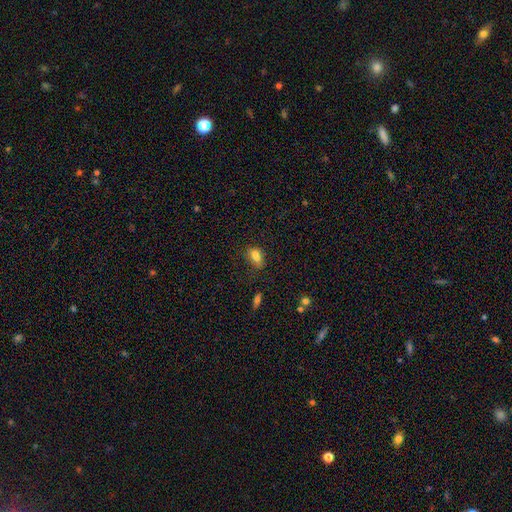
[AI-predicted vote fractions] The model was most divided on "merging": none: 43%, merger: 27%, minor disturbance: 21%, major disturbance: 9%. More confident: how rounded — in between (77%); smooth or featured — smooth (76%).